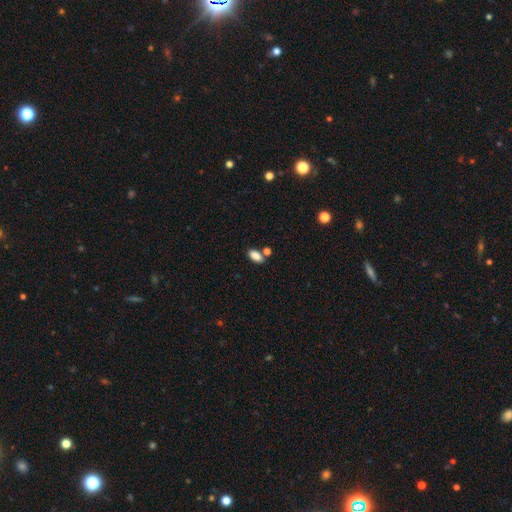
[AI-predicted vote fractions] Morphology: type=smooth (85%); roundness=in between (91%); merging=none (67%).